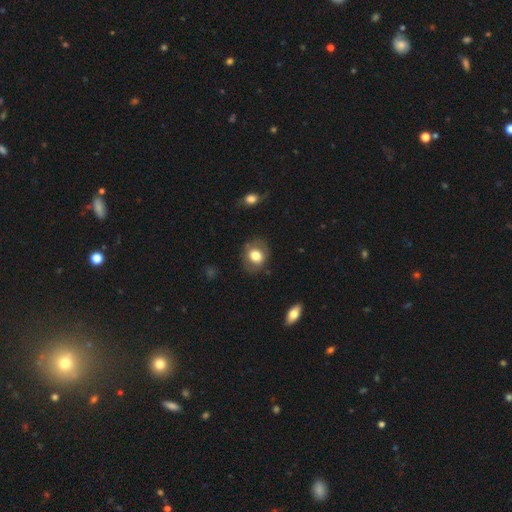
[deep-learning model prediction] Overall: smooth (76%). How rounded: round (62%; in between 37%). Merging: none (77%).